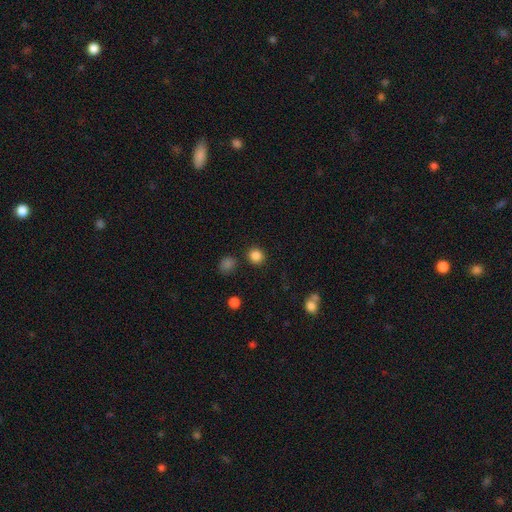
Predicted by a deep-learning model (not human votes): smooth 85%, star or artifact 12%, featured or disk 4%. Down the decision tree: how rounded — round (90%); merging — none (87%).